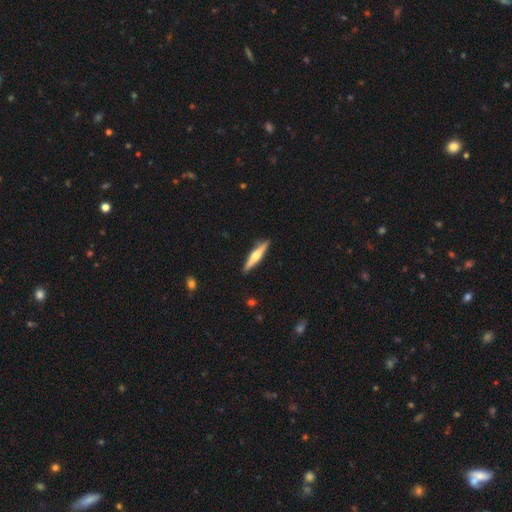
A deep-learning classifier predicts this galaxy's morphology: The model was most divided on "smooth or featured": featured or disk: 57%, smooth: 38%, star or artifact: 5%. More confident: edge-on disk — yes (97%); merging — none (90%); edge-on bulge — rounded (84%).